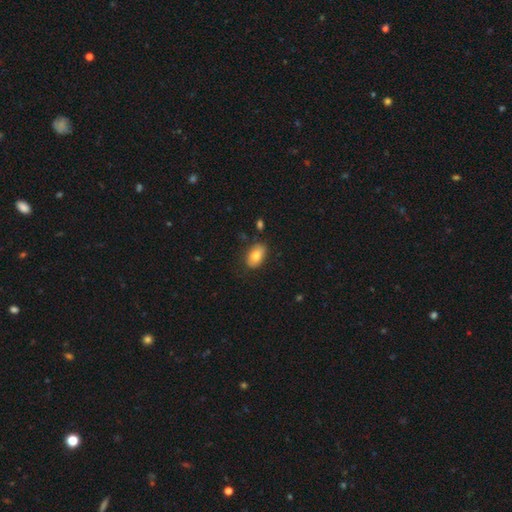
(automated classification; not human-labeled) Overall: smooth (79%). How rounded: in between (89%). Merging: none (81%).